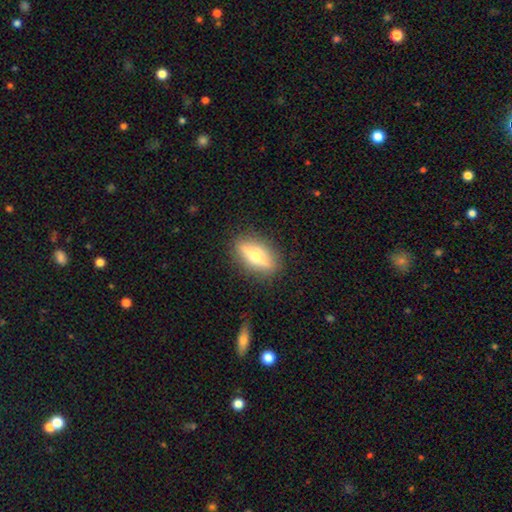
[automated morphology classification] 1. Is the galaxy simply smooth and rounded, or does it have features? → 55% featured or disk, 38% smooth, 7% star or artifact.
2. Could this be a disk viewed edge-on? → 82% yes, 18% no.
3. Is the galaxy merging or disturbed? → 86% none, 9% minor disturbance, 3% major disturbance, 1% merger.